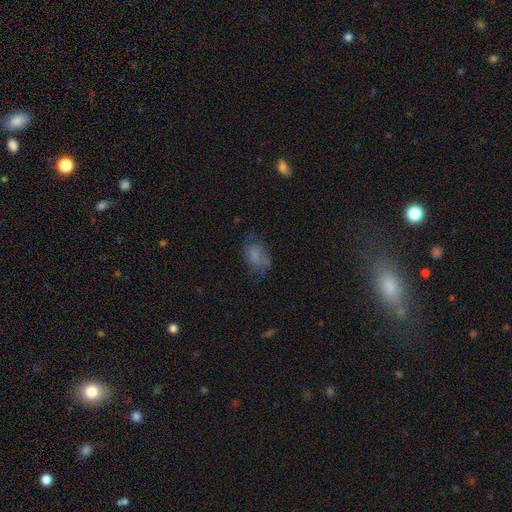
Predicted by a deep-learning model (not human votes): Smooth or featured? smooth (68%)
How rounded? in between (86%)
Merging? none (53%)